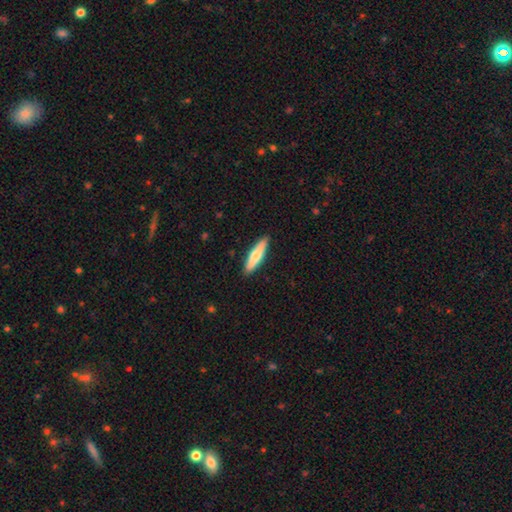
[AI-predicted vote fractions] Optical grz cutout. It shows a smooth galaxy with no disk features (66%) that is cigar-shaped (80%). Merging: none (90%).